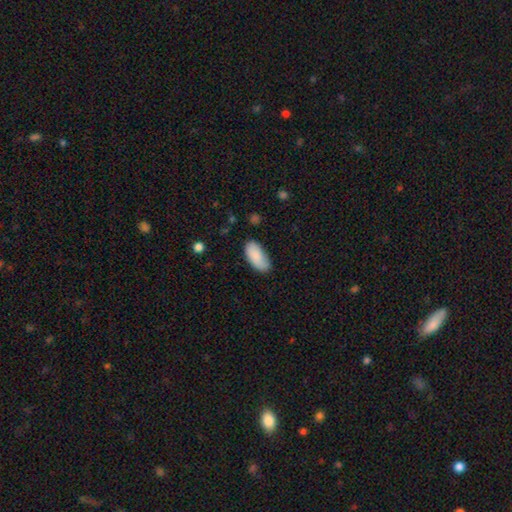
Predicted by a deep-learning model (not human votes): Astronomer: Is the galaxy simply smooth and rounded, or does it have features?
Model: smooth — 87%.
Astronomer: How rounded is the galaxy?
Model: in between — 92%.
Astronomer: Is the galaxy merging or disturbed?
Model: none — 69%.